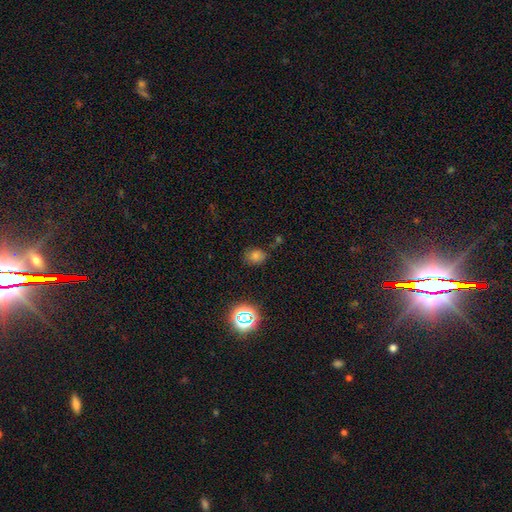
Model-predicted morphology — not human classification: Smooth or featured?
  - smooth: 71% *
  - star or artifact: 21%
  - featured or disk: 8%
How rounded?
  - in between: 51% *
  - round: 48%
  - cigar-shaped: 1%
Merging?
  - none: 67% *
  - minor disturbance: 22%
  - major disturbance: 6%
  - merger: 5%